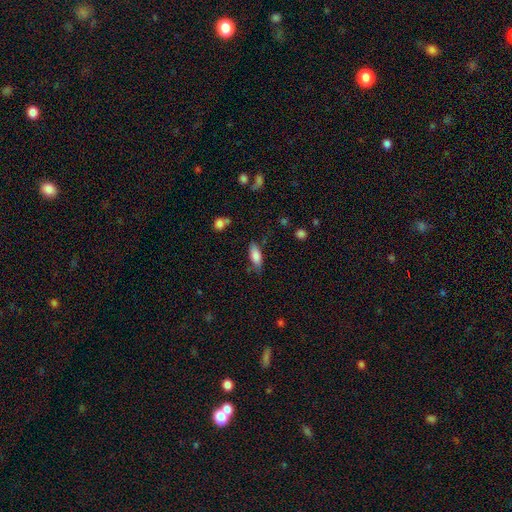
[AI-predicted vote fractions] smooth-or-featured: smooth: 83% | featured or disk: 10% | star or artifact: 7%
  how-rounded: in between: 77% | cigar-shaped: 21% | round: 2%
  merging: none: 69% | minor disturbance: 23% | major disturbance: 6% | merger: 3%